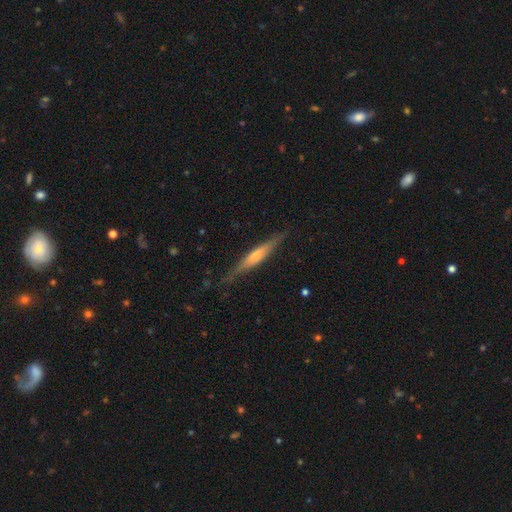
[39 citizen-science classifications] A featured or disk galaxy (59%) viewed edge-on (96%) with no central bulge (50%).

Vote fractions:
- Smooth or featured? featured or disk: 59% / smooth: 33% / star or artifact: 8%
- Edge-on disk? yes: 96% / no: 4%
- Edge-on bulge? none: 50% / rounded: 32% / boxy: 18%
- Merging? none: 86% / minor disturbance: 11% / major disturbance: 3% / merger: 0%